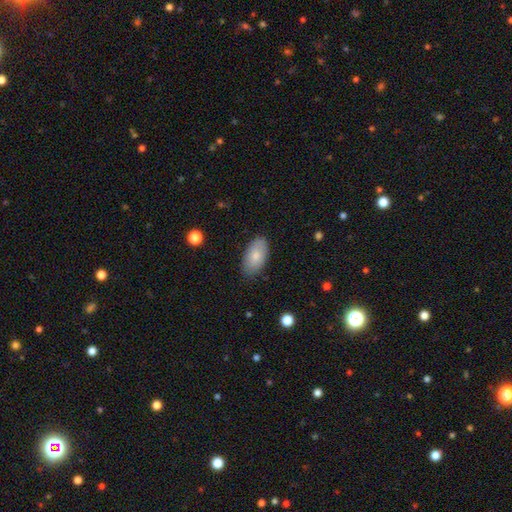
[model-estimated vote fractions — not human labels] This appears to be a smooth galaxy with no disk features (79%) that is in between round and cigar-shaped (95%). Merging: none (81%).